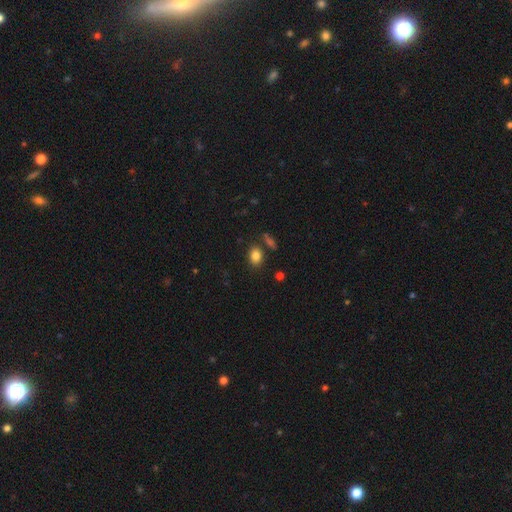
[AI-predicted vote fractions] Smooth or featured? smooth (83%)
How rounded? in between (62%)
Merging? none (79%)